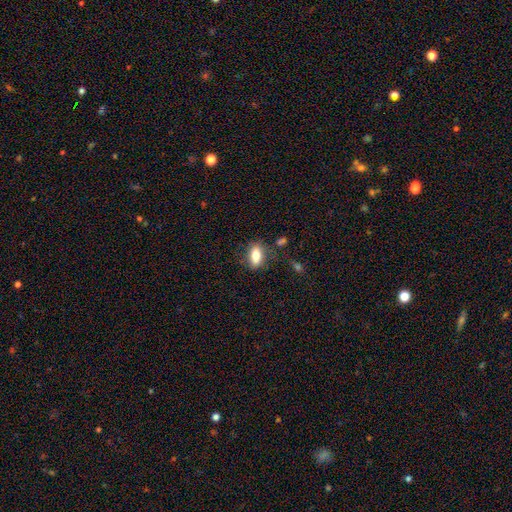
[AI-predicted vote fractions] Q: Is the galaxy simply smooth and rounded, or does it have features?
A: smooth — 81%.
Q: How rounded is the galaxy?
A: in between — 86%.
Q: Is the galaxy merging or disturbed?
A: none — 77%.